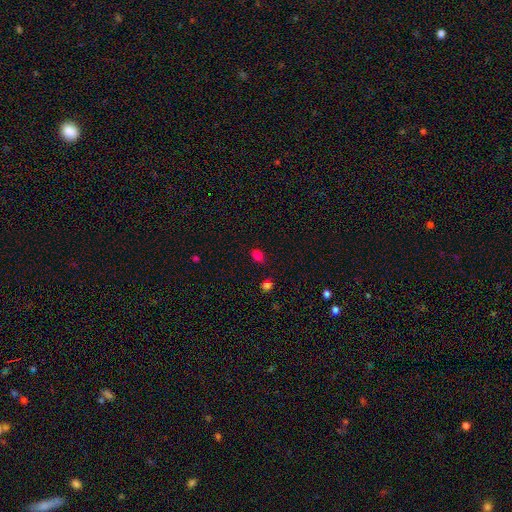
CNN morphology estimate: smooth_or_featured: smooth (p=0.77) [alt: star or artifact p=0.20]
how_rounded: in between (p=0.66) [alt: round p=0.33]
merging: none (p=0.78) [alt: minor disturbance p=0.15]